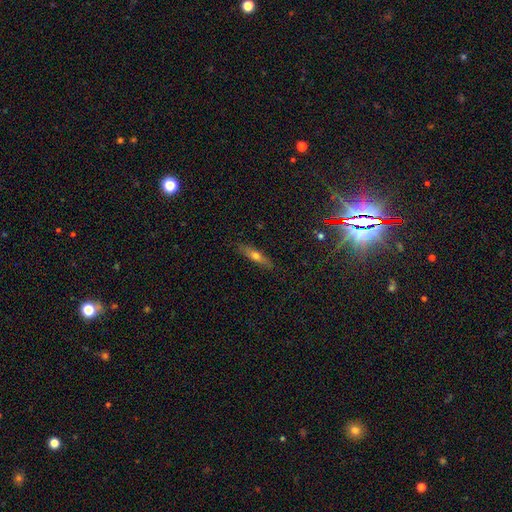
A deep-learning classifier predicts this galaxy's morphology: This is possibly a smooth galaxy (54%). How rounded: likely cigar-shaped (73%). Merging: clearly none (85%).